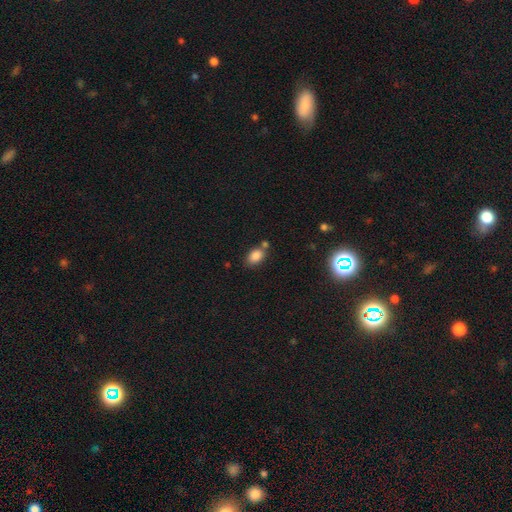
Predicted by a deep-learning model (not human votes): smooth-or-featured: smooth: 85% | star or artifact: 10% | featured or disk: 6%
  how-rounded: in between: 84% | round: 15% | cigar-shaped: 2%
  merging: none: 63% | merger: 18% | minor disturbance: 15% | major disturbance: 4%